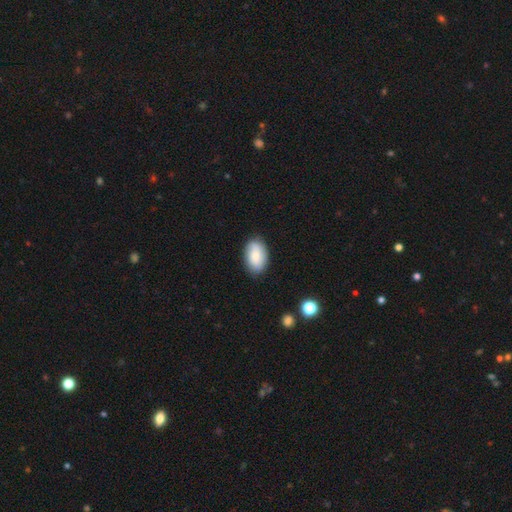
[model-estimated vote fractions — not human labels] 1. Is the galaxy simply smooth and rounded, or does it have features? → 77% smooth, 16% featured or disk, 7% star or artifact.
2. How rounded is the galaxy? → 91% in between, 7% round, 2% cigar-shaped.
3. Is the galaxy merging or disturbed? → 82% none, 14% minor disturbance, 3% major disturbance, 1% merger.